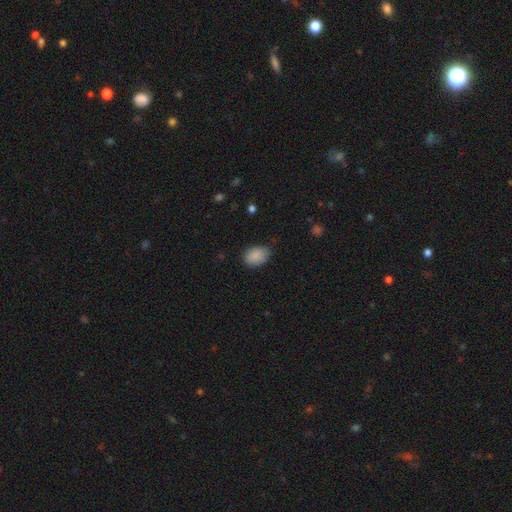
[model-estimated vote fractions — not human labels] Smooth or featured? smooth (88%)
How rounded? in between (77%)
Merging? none (70%)